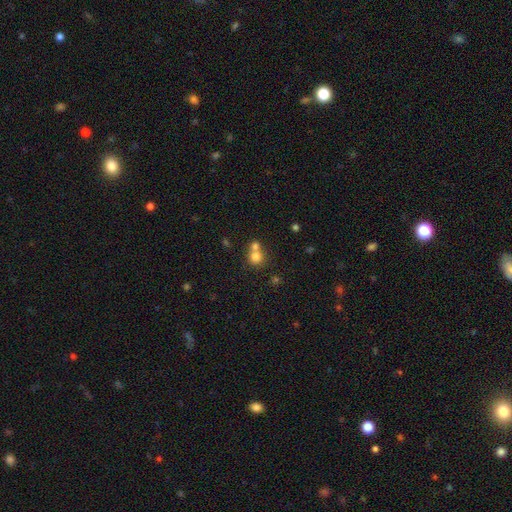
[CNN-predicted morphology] Q: Smooth or featured?
A: smooth (77%); runner-up: star or artifact (13%)
Q: How rounded?
A: round (85%); runner-up: in between (14%)
Q: Merging?
A: merger (49%); runner-up: none (42%)